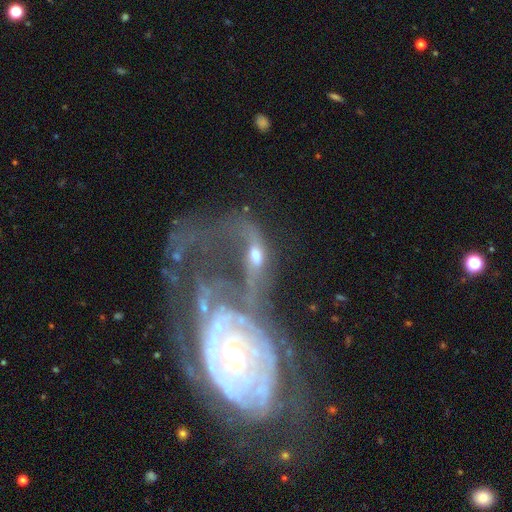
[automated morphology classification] smooth-or-featured: featured or disk: 56% | smooth: 26% | star or artifact: 18%
  disk-edge-on: no: 78% | yes: 22%
  merging: merger: 50% | major disturbance: 21% | none: 18% | minor disturbance: 11%